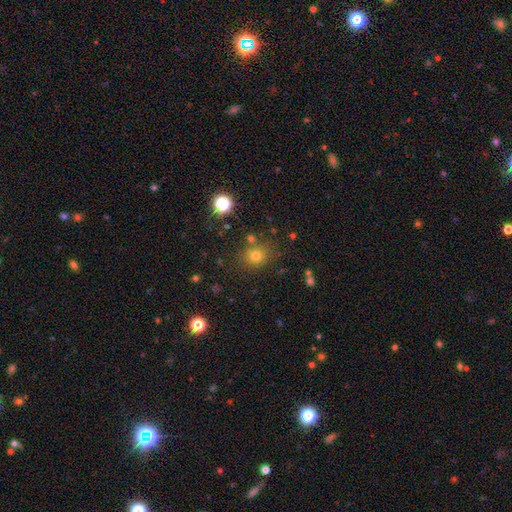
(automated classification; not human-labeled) Smooth or featured: smooth — 72% (star or artifact — 20%)
How rounded: round — 78% (in between — 21%)
Merging: none — 78% (minor disturbance — 11%)